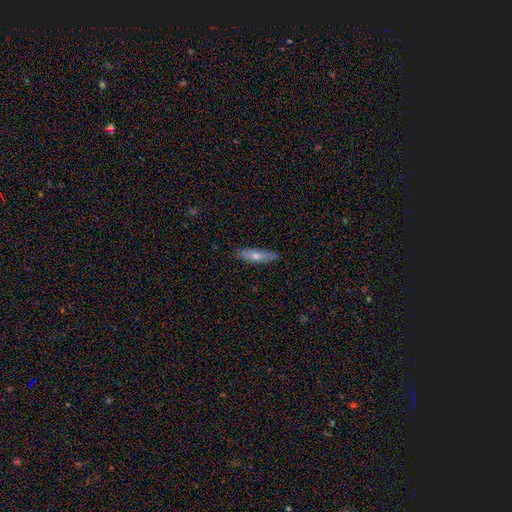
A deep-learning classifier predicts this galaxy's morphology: A smooth galaxy with no disk features (56%) that is cigar-shaped (73%).

Vote fractions:
- Smooth or featured? smooth: 56% / featured or disk: 37% / star or artifact: 7%
- How rounded? cigar-shaped: 73% / in between: 25% / round: 2%
- Merging? none: 85% / minor disturbance: 12% / major disturbance: 2% / merger: 1%